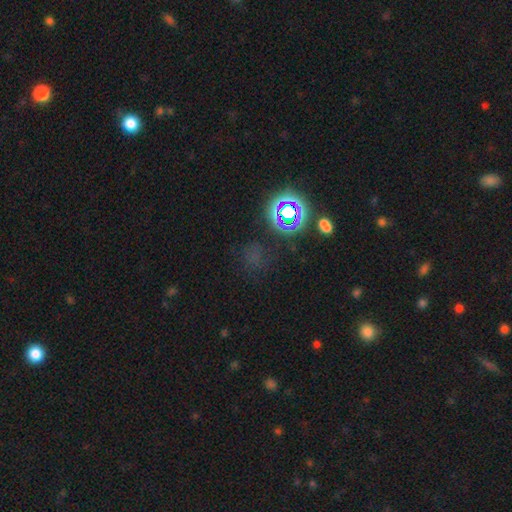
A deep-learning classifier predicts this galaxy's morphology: This appears to be a star or artifact, not a galaxy (63%).